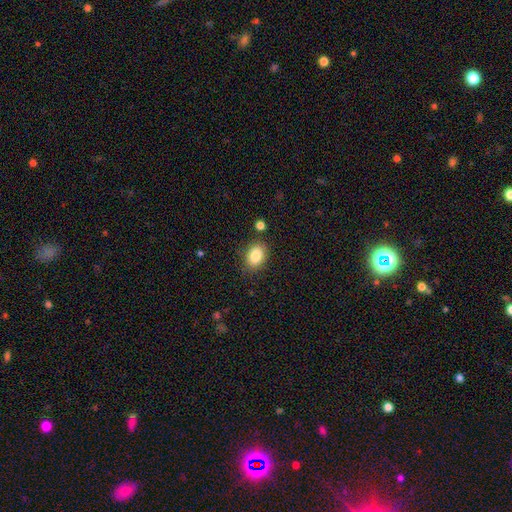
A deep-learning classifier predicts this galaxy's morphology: smooth 86%, star or artifact 8%, featured or disk 5%. Down the decision tree: how rounded — in between (80%); merging — none (82%).